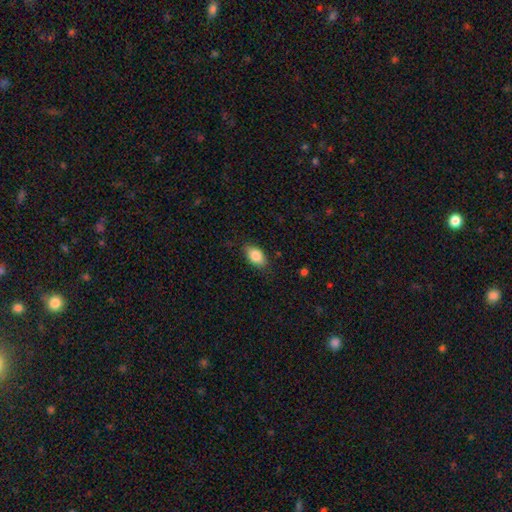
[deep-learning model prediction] smooth 84%, featured or disk 9%, star or artifact 7%. Down the decision tree: how rounded — in between (90%); merging — none (82%).